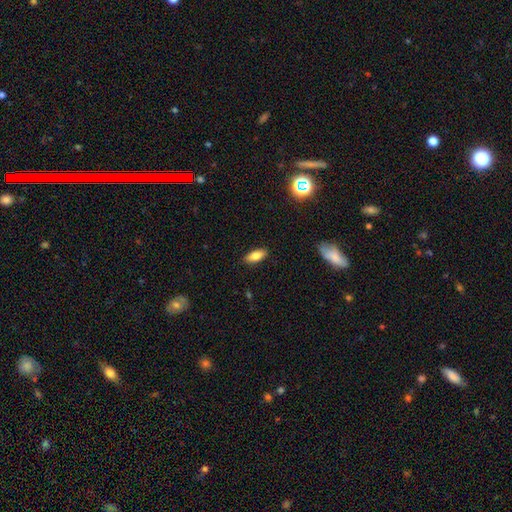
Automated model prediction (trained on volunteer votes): This is likely a smooth galaxy (79%). How rounded: likely in between (80%). Merging: clearly none (88%).